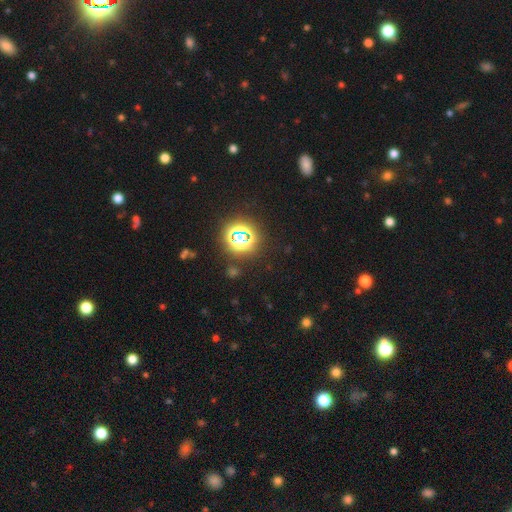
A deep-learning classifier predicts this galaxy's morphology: This appears to be a star or artifact, not a galaxy (61%).